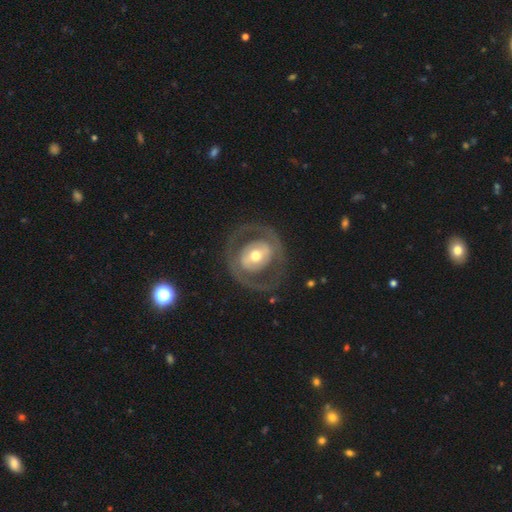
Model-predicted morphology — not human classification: Q: Smooth or featured?
A: featured or disk (68%); runner-up: smooth (27%)
Q: Edge-on disk?
A: no (95%); runner-up: yes (5%)
Q: Bar?
A: no (50%); runner-up: weak (27%)
Q: Spiral arms?
A: no (66%); runner-up: yes (34%)
Q: Bulge size?
A: moderate (68%); runner-up: small (17%)
Q: Merging?
A: none (77%); runner-up: minor disturbance (11%)